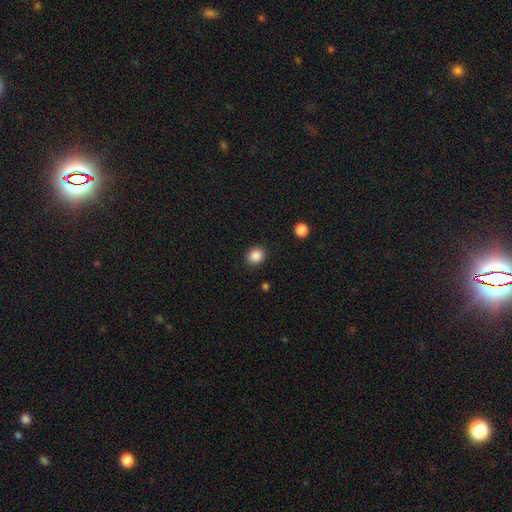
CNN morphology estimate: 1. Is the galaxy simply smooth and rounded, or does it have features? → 87% smooth, 10% star or artifact, 3% featured or disk.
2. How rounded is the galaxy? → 68% round, 31% in between, 1% cigar-shaped.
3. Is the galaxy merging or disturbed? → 89% none, 7% minor disturbance, 2% major disturbance, 1% merger.